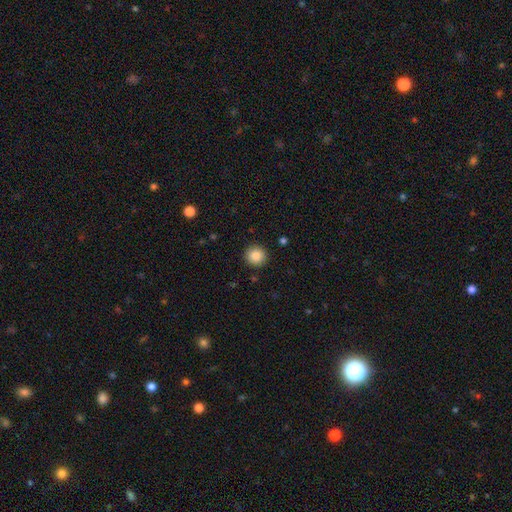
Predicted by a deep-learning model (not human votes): Smooth or featured: smooth — 86% (star or artifact — 9%)
How rounded: round — 94% (in between — 5%)
Merging: none — 92% (minor disturbance — 5%)